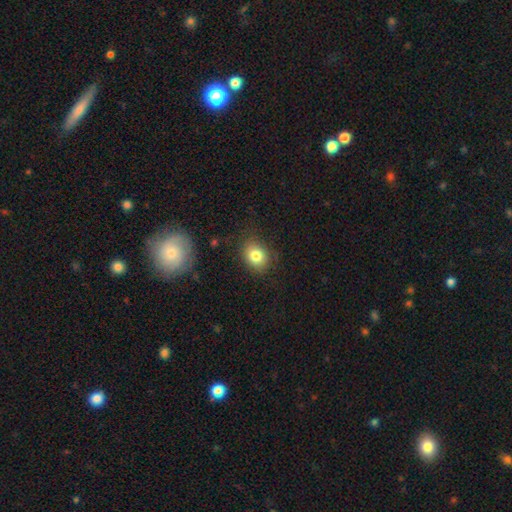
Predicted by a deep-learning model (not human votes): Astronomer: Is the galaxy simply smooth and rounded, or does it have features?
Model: smooth — 81%.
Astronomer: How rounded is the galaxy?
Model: round — 51% (runner-up: in between, 48%).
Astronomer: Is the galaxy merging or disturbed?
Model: none — 80%.